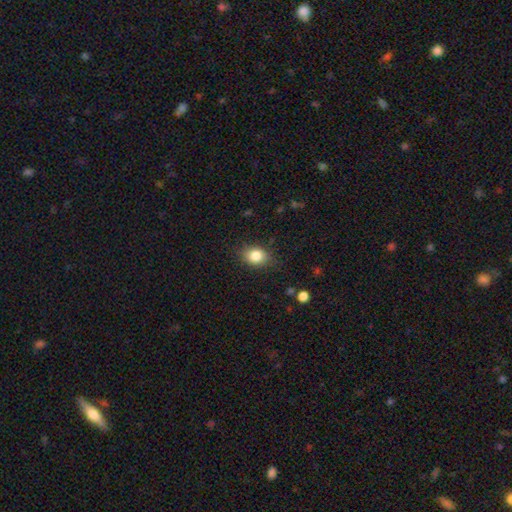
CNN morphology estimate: smooth_or_featured: smooth (p=0.83) [alt: star or artifact p=0.09]
how_rounded: in between (p=0.58) [alt: round p=0.40]
merging: none (p=0.79) [alt: minor disturbance p=0.16]